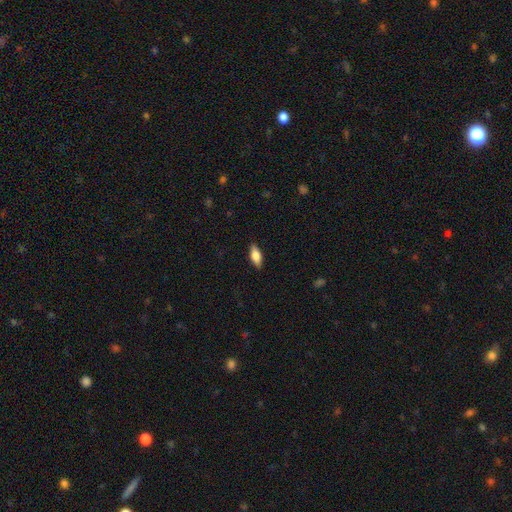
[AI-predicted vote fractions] A smooth galaxy with no disk features (75%) that is in between round and cigar-shaped (78%).

Vote fractions:
- Smooth or featured? smooth: 75% / featured or disk: 19% / star or artifact: 6%
- How rounded? in between: 78% / cigar-shaped: 19% / round: 3%
- Merging? none: 87% / minor disturbance: 10% / major disturbance: 2% / merger: 1%